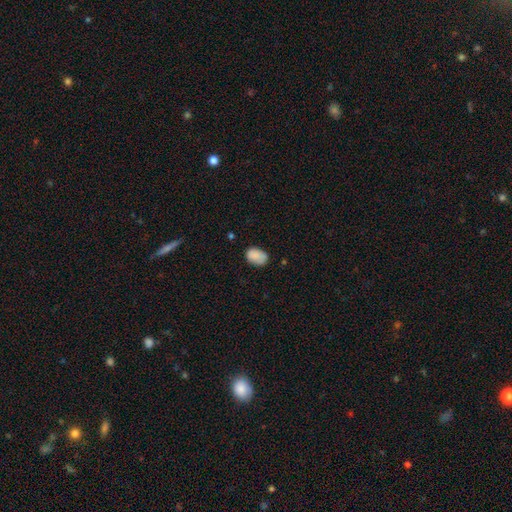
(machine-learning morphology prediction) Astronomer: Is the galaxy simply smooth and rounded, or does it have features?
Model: smooth — 85%.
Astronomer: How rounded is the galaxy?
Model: in between — 85%.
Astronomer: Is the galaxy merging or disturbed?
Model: none — 67%.